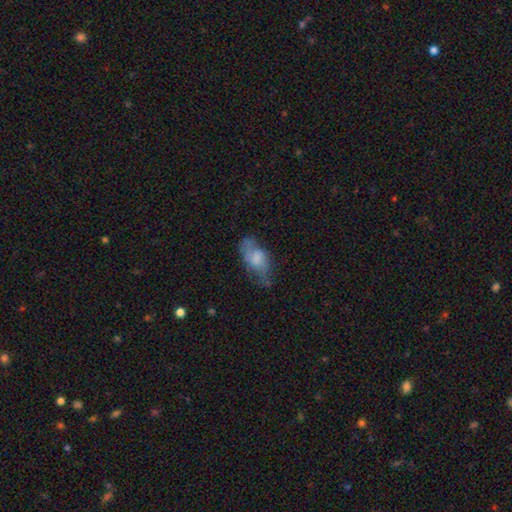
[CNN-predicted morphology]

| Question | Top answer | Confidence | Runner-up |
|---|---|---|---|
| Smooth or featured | smooth | 51% | featured or disk (40%) |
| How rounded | in between | 86% | cigar-shaped (10%) |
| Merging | none | 47% | minor disturbance (29%) |